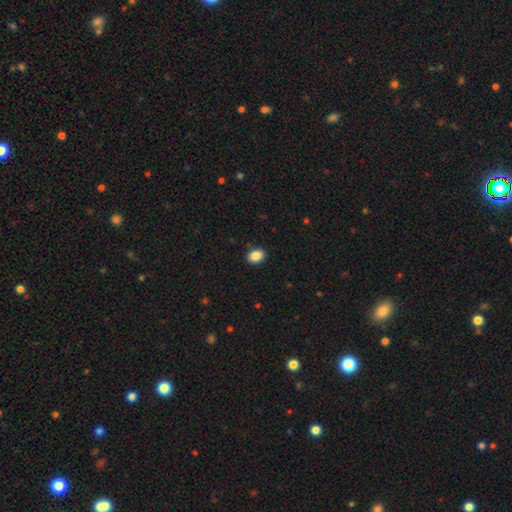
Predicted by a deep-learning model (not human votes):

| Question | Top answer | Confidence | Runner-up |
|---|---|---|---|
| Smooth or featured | smooth | 88% | star or artifact (8%) |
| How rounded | in between | 74% | round (24%) |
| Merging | none | 89% | minor disturbance (8%) |